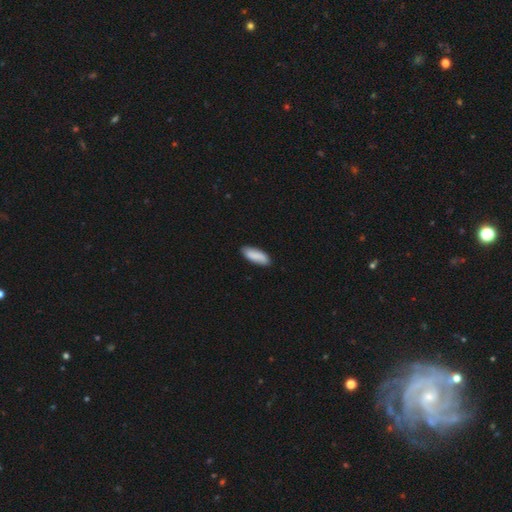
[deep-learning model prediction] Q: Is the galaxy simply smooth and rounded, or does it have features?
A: smooth — 85%.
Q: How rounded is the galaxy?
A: in between — 68%.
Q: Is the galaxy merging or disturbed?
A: none — 85%.